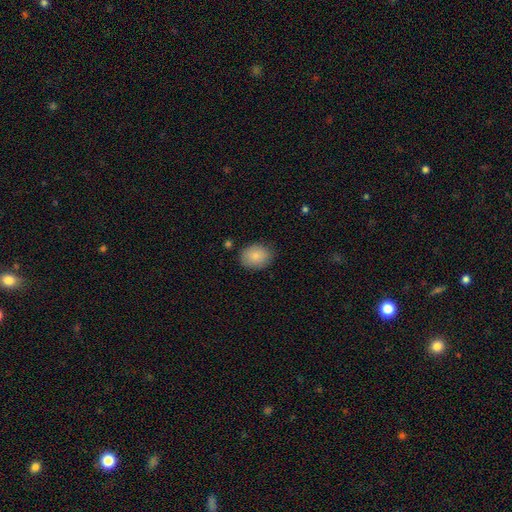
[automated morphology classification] A smooth galaxy with no disk features (86%) that is in between round and cigar-shaped (58%). Merging: none (81%).